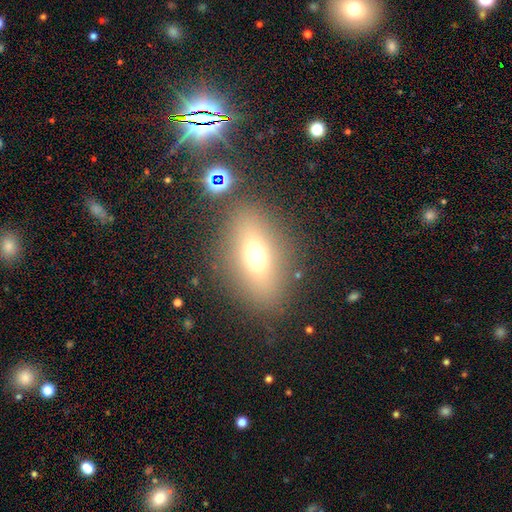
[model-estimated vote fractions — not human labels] Q: Smooth or featured?
A: smooth (61%); runner-up: featured or disk (21%)
Q: How rounded?
A: in between (76%); runner-up: round (14%)
Q: Merging?
A: none (81%); runner-up: minor disturbance (10%)